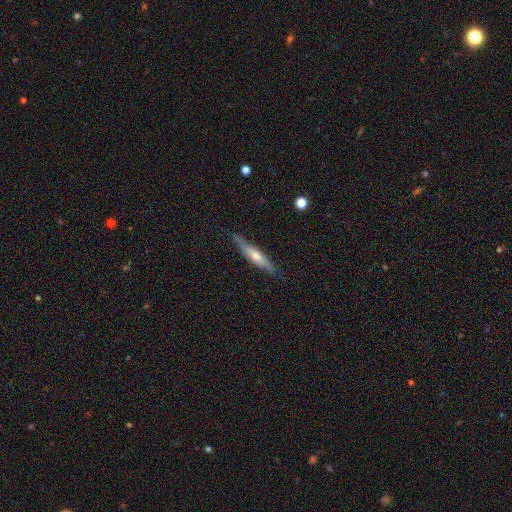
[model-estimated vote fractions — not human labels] Q: Smooth or featured?
A: featured or disk (60%); runner-up: smooth (34%)
Q: Edge-on disk?
A: yes (91%); runner-up: no (9%)
Q: Edge-on bulge?
A: rounded (77%); runner-up: none (15%)
Q: Merging?
A: none (83%); runner-up: minor disturbance (14%)